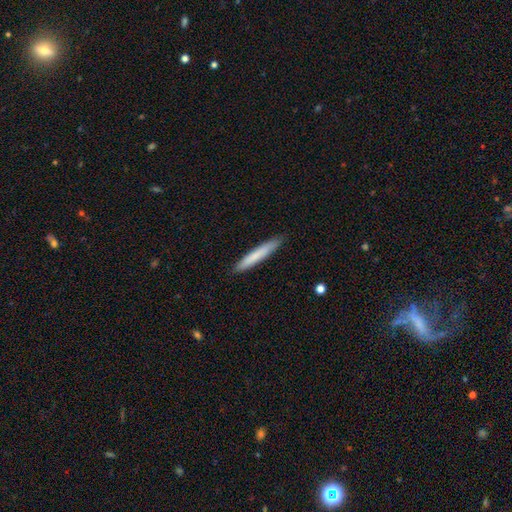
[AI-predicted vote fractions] The model was most divided on "smooth or featured": smooth: 76%, featured or disk: 19%, star or artifact: 5%. More confident: how rounded — cigar-shaped (95%); merging — none (89%).